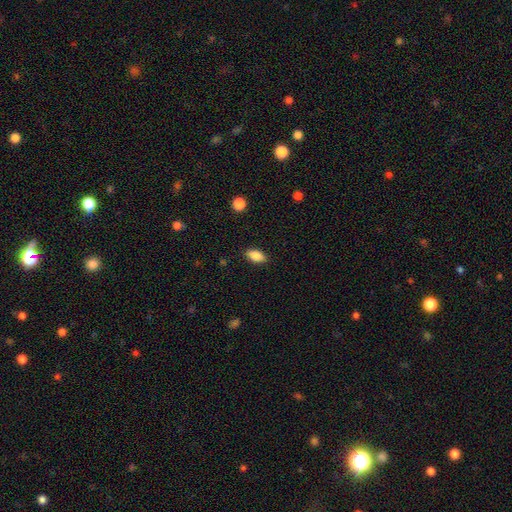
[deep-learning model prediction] smooth 85%, featured or disk 8%, star or artifact 8%. Down the decision tree: how rounded — in between (90%); merging — none (87%).